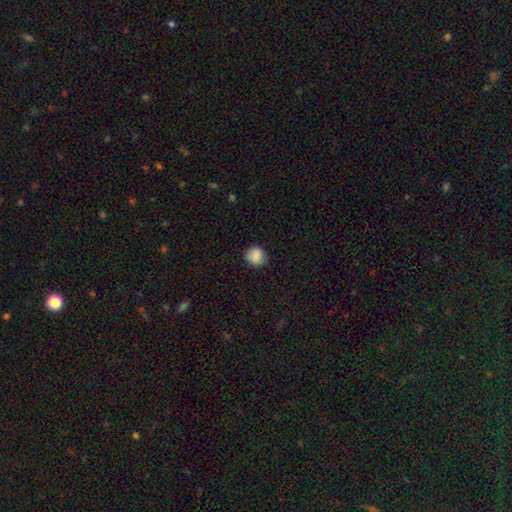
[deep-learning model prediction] Smooth or featured: smooth — 85% (star or artifact — 8%)
How rounded: round — 86% (in between — 13%)
Merging: none — 85% (minor disturbance — 12%)